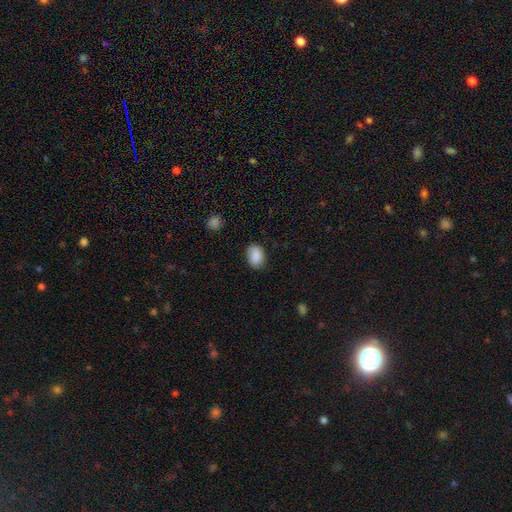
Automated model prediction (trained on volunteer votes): Q: Smooth or featured?
A: smooth (88%); runner-up: star or artifact (7%)
Q: How rounded?
A: in between (81%); runner-up: round (18%)
Q: Merging?
A: none (82%); runner-up: minor disturbance (14%)